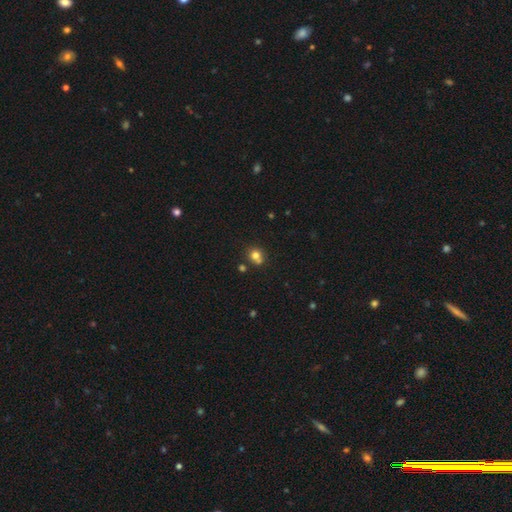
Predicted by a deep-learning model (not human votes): This appears to be a smooth galaxy with no disk features (76%) that is round (78%). Merging: none (58%).